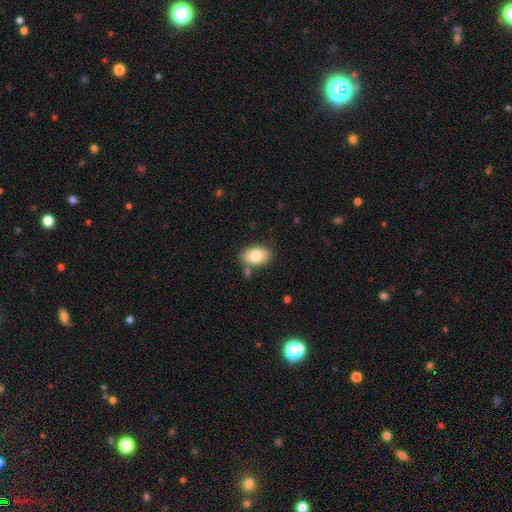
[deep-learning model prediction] Morphology: type=smooth (82%); roundness=in between (90%); merging=none (76%).